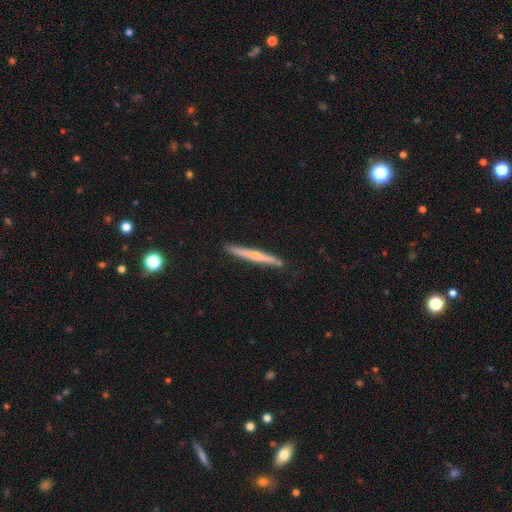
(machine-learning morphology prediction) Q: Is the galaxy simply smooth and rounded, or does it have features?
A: featured or disk — 53%.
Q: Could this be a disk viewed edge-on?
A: yes — 96%.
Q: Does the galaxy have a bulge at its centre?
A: rounded — 50%.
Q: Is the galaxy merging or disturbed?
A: none — 88%.